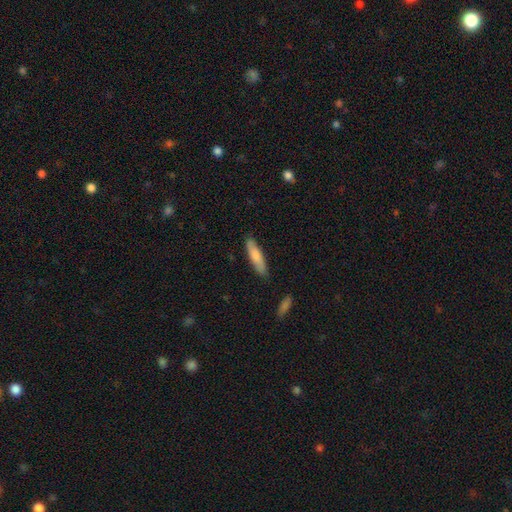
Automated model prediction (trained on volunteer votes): Smooth or featured: smooth — 78% (featured or disk — 16%)
How rounded: cigar-shaped — 74% (in between — 25%)
Merging: none — 85% (minor disturbance — 12%)